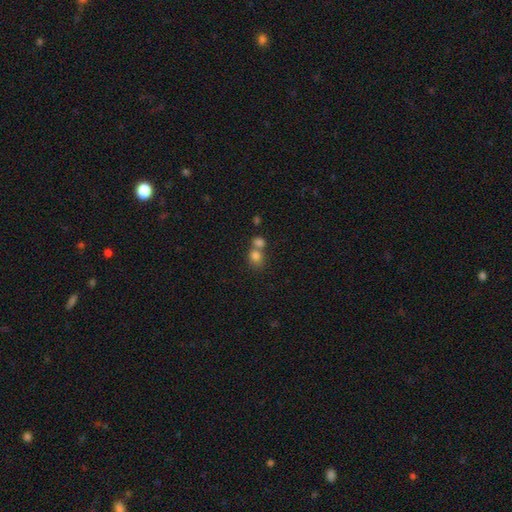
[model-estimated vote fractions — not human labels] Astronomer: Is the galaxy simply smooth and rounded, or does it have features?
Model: smooth — 80%.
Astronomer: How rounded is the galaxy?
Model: round — 66%.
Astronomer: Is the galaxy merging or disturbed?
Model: merger — 55% (runner-up: none, 34%).